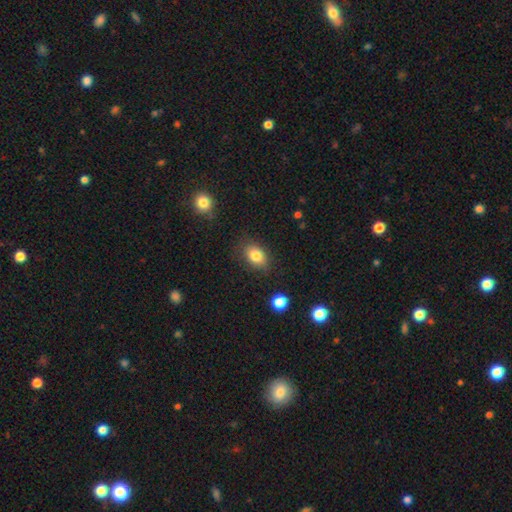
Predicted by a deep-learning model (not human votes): smooth 82%, star or artifact 9%, featured or disk 9%. Down the decision tree: how rounded — in between (79%); merging — none (79%).